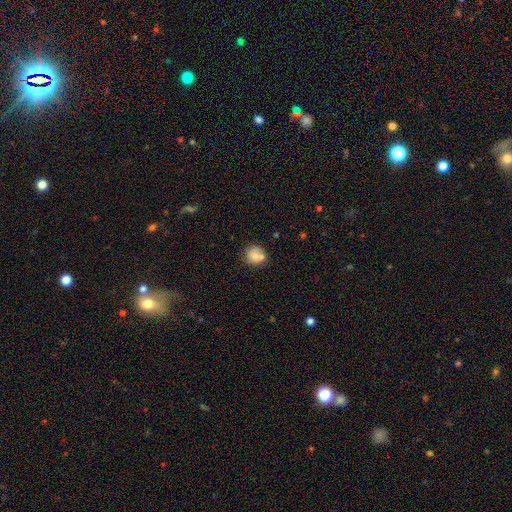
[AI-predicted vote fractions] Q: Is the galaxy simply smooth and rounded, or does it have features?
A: smooth — 76%.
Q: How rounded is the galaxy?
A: round — 84%.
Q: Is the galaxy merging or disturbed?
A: none — 63%.